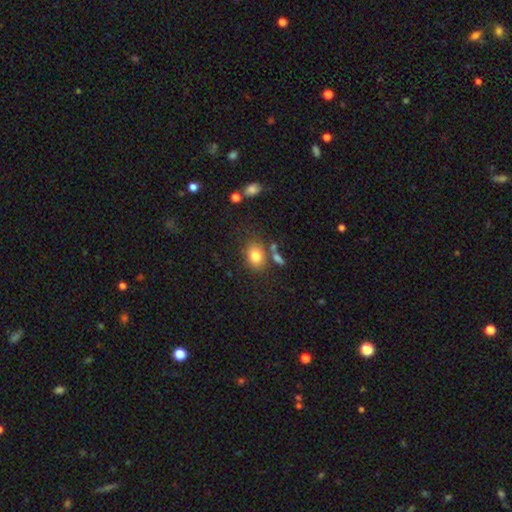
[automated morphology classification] Overall: smooth (80%). How rounded: in between (63%; round 36%). Merging: none (67%).